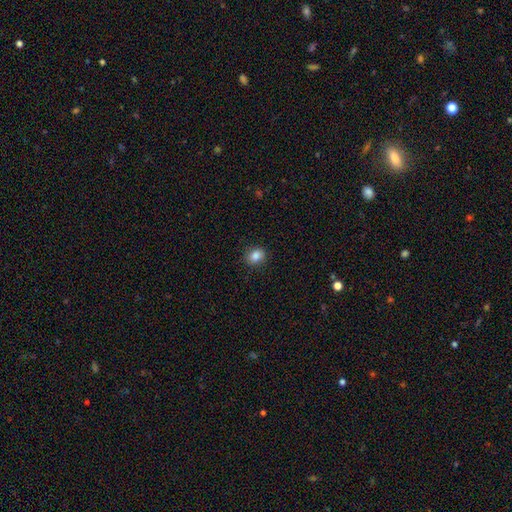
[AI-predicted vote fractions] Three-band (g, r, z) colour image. It shows a smooth galaxy with no disk features (85%) that is round (55%). Merging: none (87%).